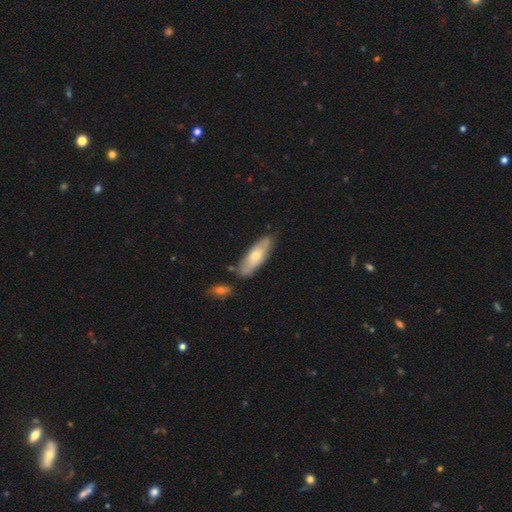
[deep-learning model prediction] Smooth or featured: smooth — 52% (featured or disk — 43%)
How rounded: in between — 65% (cigar-shaped — 33%)
Merging: none — 70% (minor disturbance — 19%)